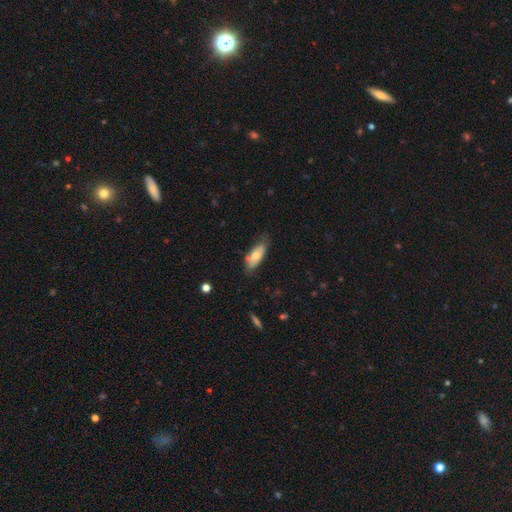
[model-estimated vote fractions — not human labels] This appears to be a smooth galaxy with no disk features (73%) that is in between round and cigar-shaped (78%). Merging: none (62%).